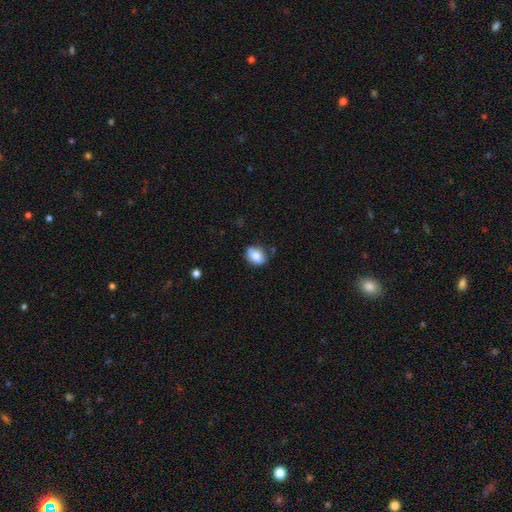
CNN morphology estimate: This appears to be a smooth galaxy with no disk features (80%) that is in between round and cigar-shaped (61%). Merging: none (72%).